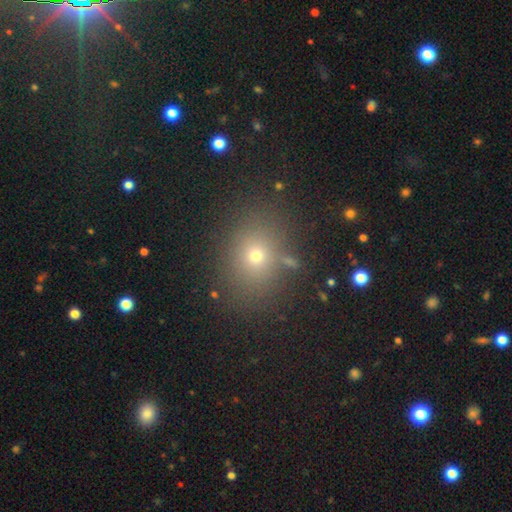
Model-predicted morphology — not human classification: Q: Smooth or featured?
A: smooth (63%); runner-up: star or artifact (26%)
Q: How rounded?
A: round (55%); runner-up: in between (44%)
Q: Merging?
A: none (83%); runner-up: minor disturbance (9%)